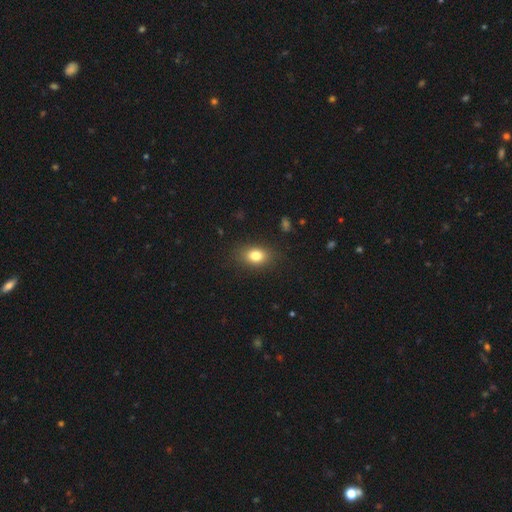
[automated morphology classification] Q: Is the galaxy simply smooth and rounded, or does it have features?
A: smooth — 81%.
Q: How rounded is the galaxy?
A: in between — 74%.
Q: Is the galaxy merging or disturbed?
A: none — 84%.